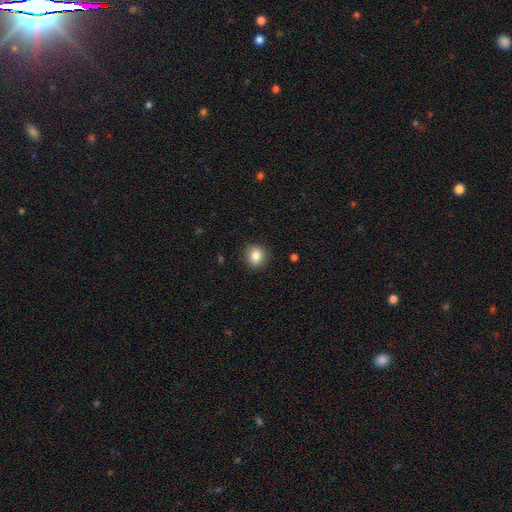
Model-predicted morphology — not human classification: A smooth galaxy with no disk features (84%) that is round (86%).

Vote fractions:
- Smooth or featured? smooth: 84% / star or artifact: 10% / featured or disk: 6%
- How rounded? round: 86% / in between: 13% / cigar-shaped: 1%
- Merging? none: 90% / minor disturbance: 7% / major disturbance: 2% / merger: 1%